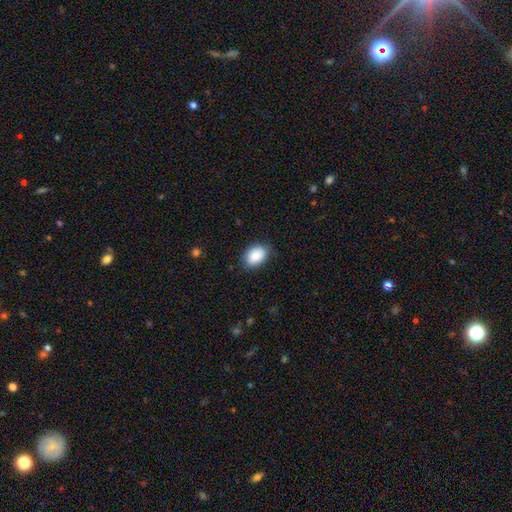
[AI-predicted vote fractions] Q: Smooth or featured?
A: smooth (88%); runner-up: star or artifact (7%)
Q: How rounded?
A: in between (83%); runner-up: round (15%)
Q: Merging?
A: none (83%); runner-up: minor disturbance (14%)